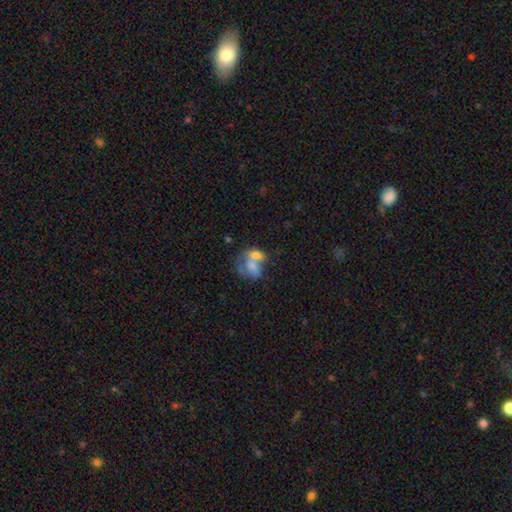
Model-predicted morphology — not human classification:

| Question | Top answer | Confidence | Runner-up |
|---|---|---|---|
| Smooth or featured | smooth | 60% | featured or disk (30%) |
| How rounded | in between | 76% | round (22%) |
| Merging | merger | 65% | none (16%) |